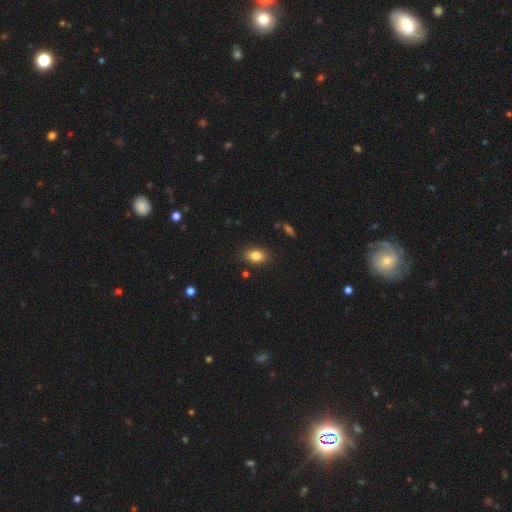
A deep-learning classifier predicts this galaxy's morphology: This is clearly a smooth galaxy (84%). How rounded: clearly in between (85%). Merging: clearly none (87%).